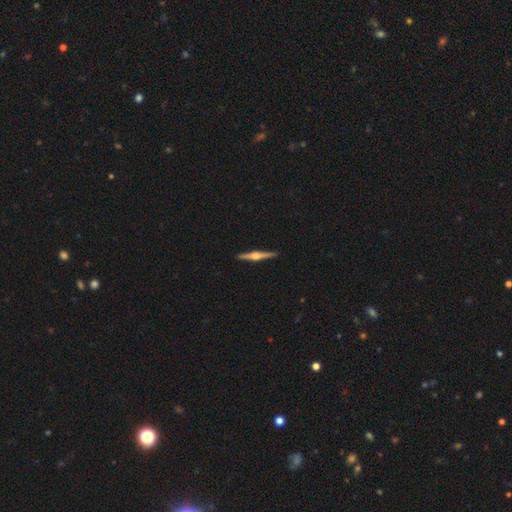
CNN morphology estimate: The model was most divided on "smooth or featured": featured or disk: 80%, smooth: 16%, star or artifact: 5%. More confident: edge-on disk — yes (99%); merging — none (92%); edge-on bulge — rounded (92%).